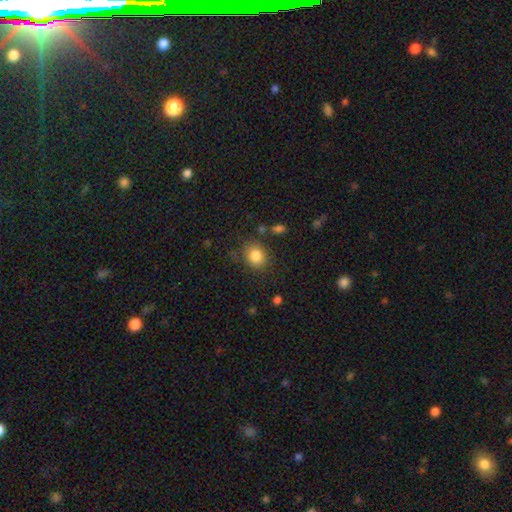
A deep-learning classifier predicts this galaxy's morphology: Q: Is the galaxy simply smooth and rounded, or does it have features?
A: smooth — 84%.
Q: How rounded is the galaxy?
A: round — 64%.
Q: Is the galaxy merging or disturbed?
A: none — 79%.